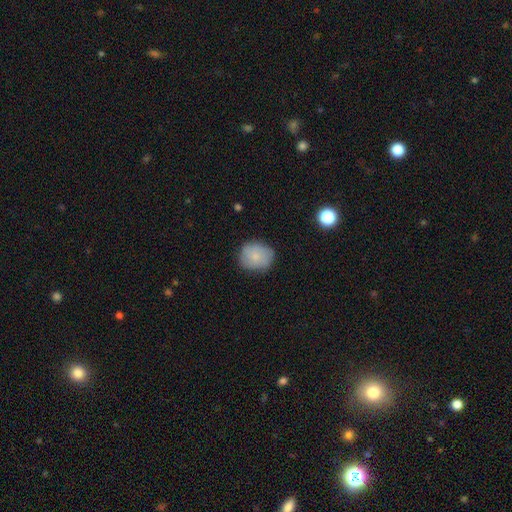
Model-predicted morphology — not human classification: This is likely a smooth galaxy (77%). How rounded: clearly round (81%). Merging: likely none (78%).